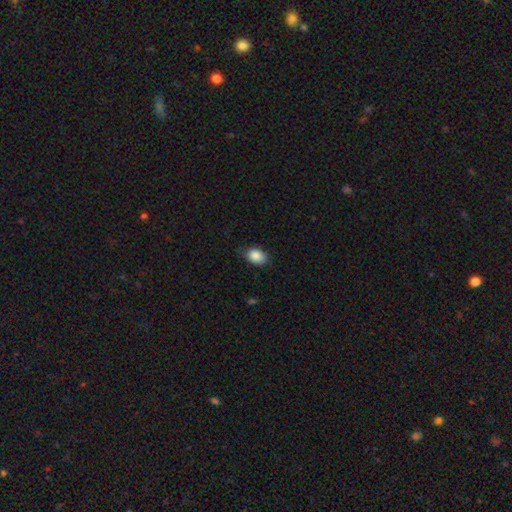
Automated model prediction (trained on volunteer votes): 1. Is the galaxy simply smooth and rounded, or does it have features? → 89% smooth, 7% star or artifact, 4% featured or disk.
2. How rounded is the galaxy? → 82% in between, 16% round, 1% cigar-shaped.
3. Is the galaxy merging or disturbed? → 80% none, 17% minor disturbance, 3% major disturbance, 1% merger.